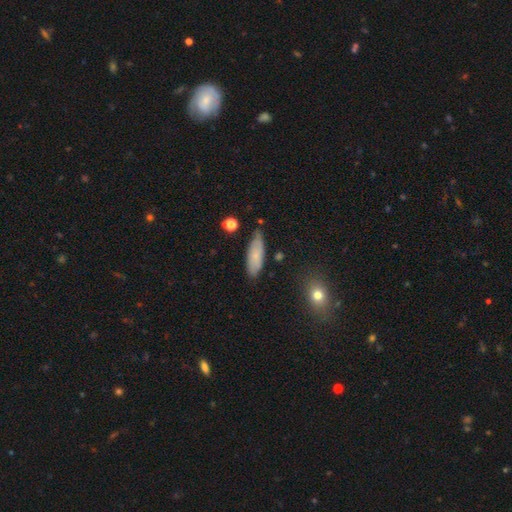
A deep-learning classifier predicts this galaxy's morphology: A smooth galaxy with no disk features (73%) that is in between round and cigar-shaped (65%). Merging: none (70%).